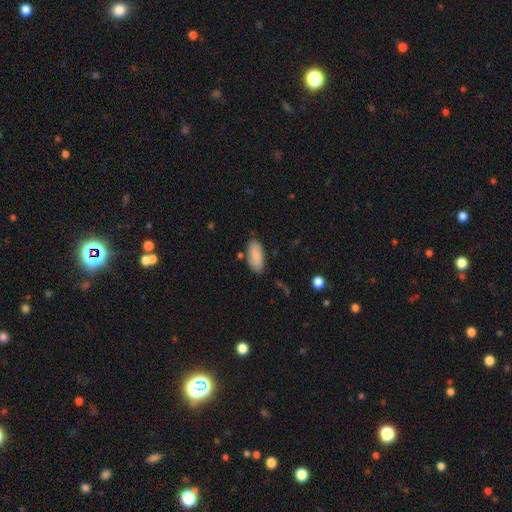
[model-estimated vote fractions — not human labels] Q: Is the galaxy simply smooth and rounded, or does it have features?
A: smooth — 87%.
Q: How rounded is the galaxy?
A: in between — 89%.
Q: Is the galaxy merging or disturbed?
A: none — 81%.